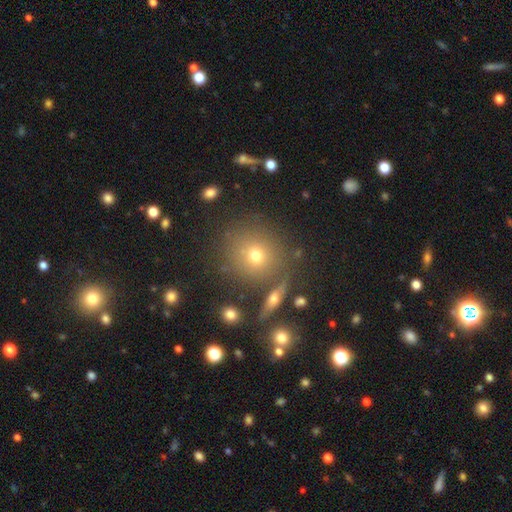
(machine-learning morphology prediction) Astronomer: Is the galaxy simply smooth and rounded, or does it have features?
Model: smooth — 67%.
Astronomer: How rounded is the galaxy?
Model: round — 87%.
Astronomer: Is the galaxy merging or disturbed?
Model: none — 78%.